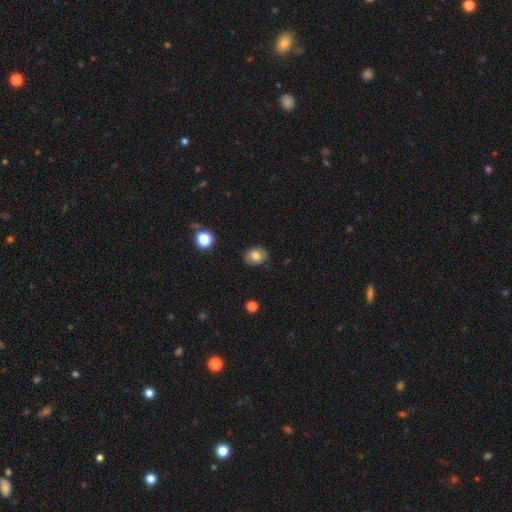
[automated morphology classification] A smooth galaxy with no disk features (75%) that is in between round and cigar-shaped (57%). Merging: none (84%).